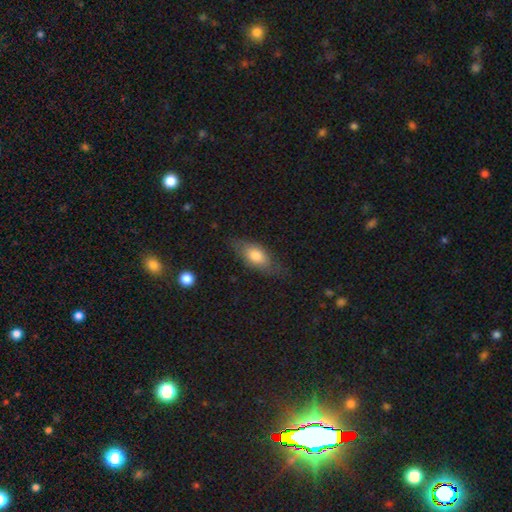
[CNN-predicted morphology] Smooth or featured? smooth (72%)
How rounded? in between (83%)
Merging? none (71%)